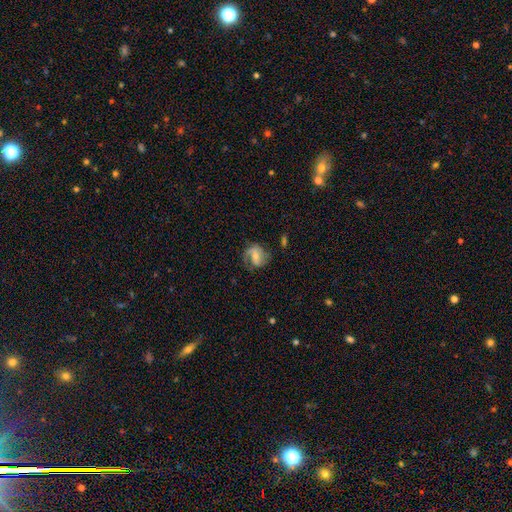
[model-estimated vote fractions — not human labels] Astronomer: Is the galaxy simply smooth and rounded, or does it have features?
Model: featured or disk — 60%.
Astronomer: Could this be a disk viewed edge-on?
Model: no — 97%.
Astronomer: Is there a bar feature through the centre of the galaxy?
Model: weak — 45% (runner-up: no, 30%).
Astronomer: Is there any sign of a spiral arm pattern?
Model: yes — 85%.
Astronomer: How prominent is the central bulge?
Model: small — 42% (runner-up: moderate, 41%).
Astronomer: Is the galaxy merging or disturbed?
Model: none — 58%.